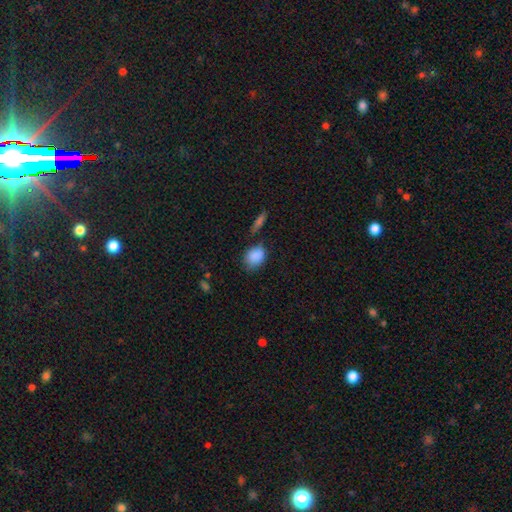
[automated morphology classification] The model was most divided on "how rounded": in between: 54%, round: 45%, cigar-shaped: 2%. More confident: smooth or featured — smooth (87%); merging — none (63%).